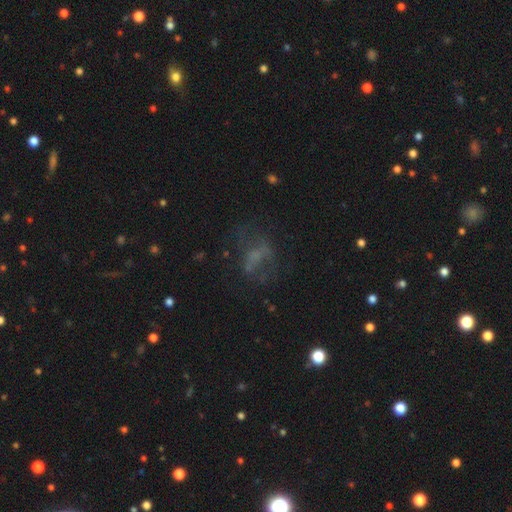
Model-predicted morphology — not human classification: featured or disk 41%, smooth 34%, star or artifact 26%. Down the decision tree: merging — none (48%).